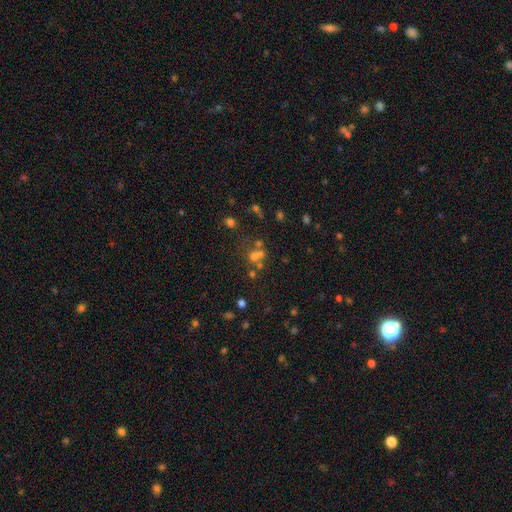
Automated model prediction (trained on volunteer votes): smooth 49%, star or artifact 32%, featured or disk 19%. Down the decision tree: merging — none (40%).